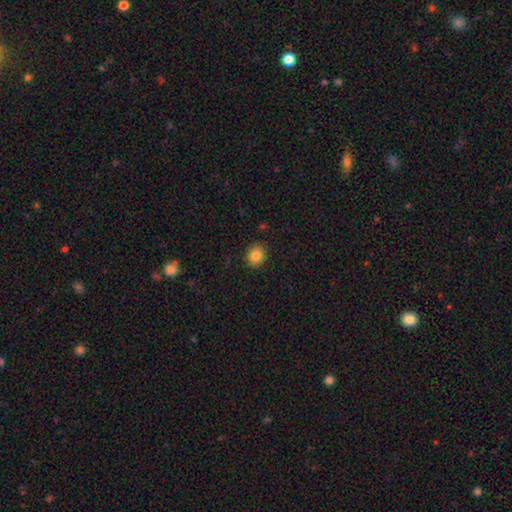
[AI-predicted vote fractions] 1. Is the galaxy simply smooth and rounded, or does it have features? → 83% smooth, 10% star or artifact, 7% featured or disk.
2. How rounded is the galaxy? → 78% round, 21% in between, 1% cigar-shaped.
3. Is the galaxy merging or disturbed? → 90% none, 7% minor disturbance, 2% major disturbance, 1% merger.